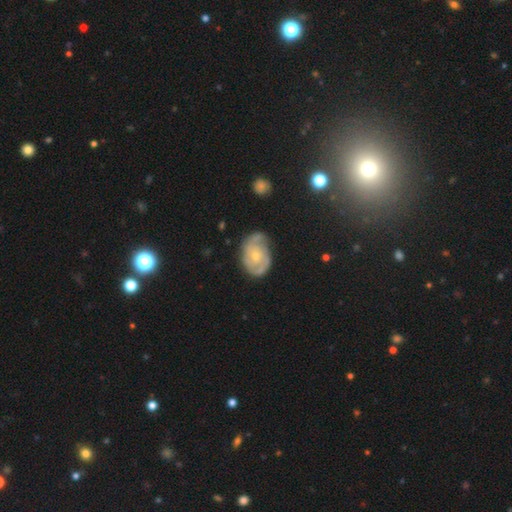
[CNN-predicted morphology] This is likely a featured or disk galaxy (75%). It is clearly not viewed edge-on (97%). Bar: likely no (75%). Spiral arm pattern: clearly yes (89%). Spiral arm count: possibly 2 (59%). Spiral winding: possibly tight (52%). Central bulge: possibly small (59%). Merging: likely none (61%).